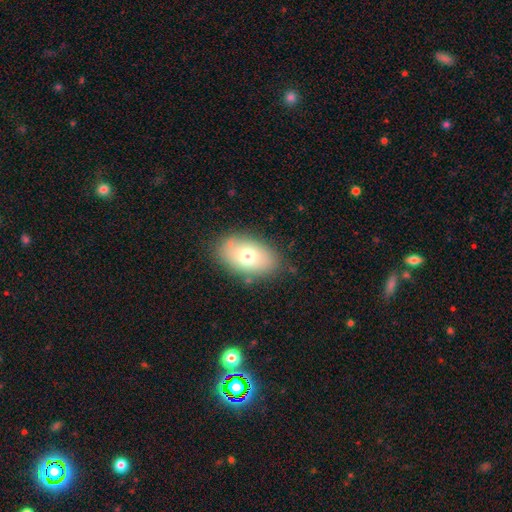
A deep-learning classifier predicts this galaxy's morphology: Smooth or featured? smooth (72%)
How rounded? in between (89%)
Merging? none (81%)